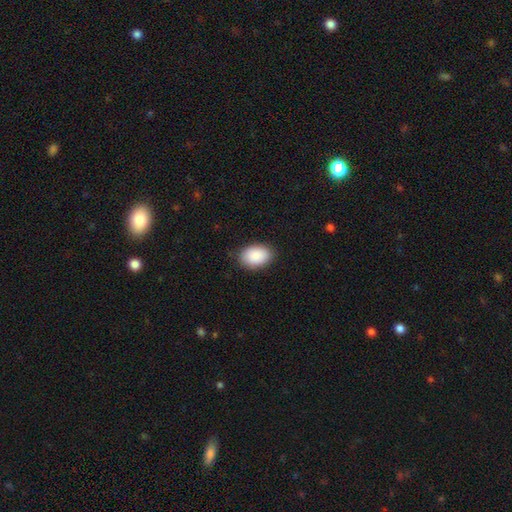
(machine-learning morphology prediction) smooth_or_featured: smooth (p=0.91) [alt: star or artifact p=0.06]
how_rounded: in between (p=0.87) [alt: round p=0.12]
merging: none (p=0.86) [alt: minor disturbance p=0.11]